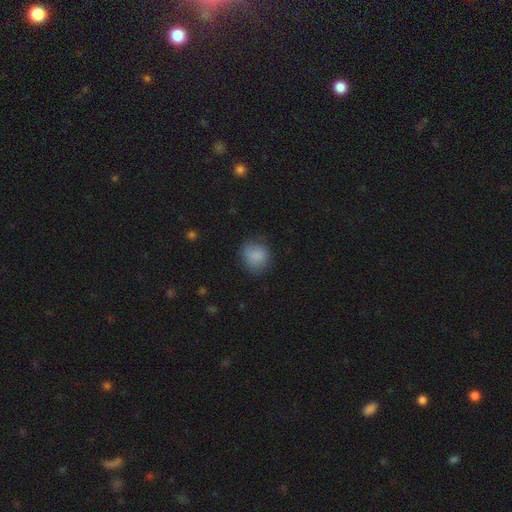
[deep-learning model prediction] This appears to be a smooth galaxy with no disk features (85%) that is round (75%). Merging: none (74%).